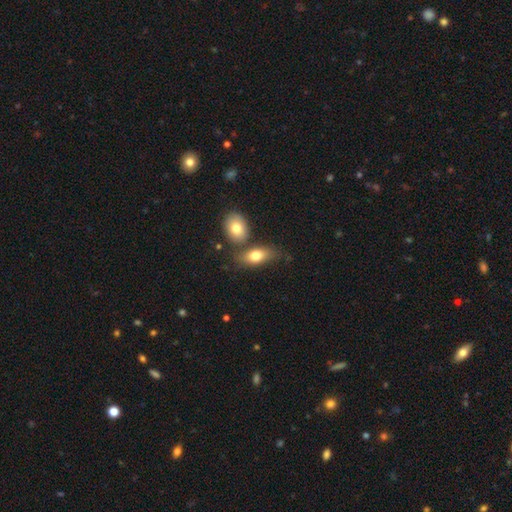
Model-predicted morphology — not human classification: This appears to be a smooth galaxy with no disk features (76%) that is in between round and cigar-shaped (85%). Merging: none (51%).